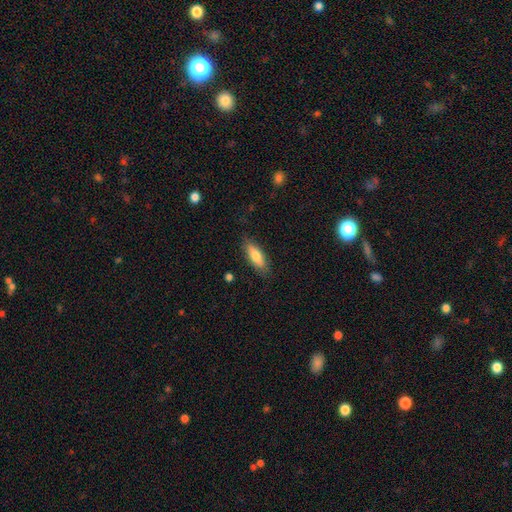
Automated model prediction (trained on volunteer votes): smooth_or_featured: smooth (p=0.73) [alt: featured or disk p=0.20]
how_rounded: in between (p=0.62) [alt: cigar-shaped p=0.36]
merging: none (p=0.83) [alt: minor disturbance p=0.13]